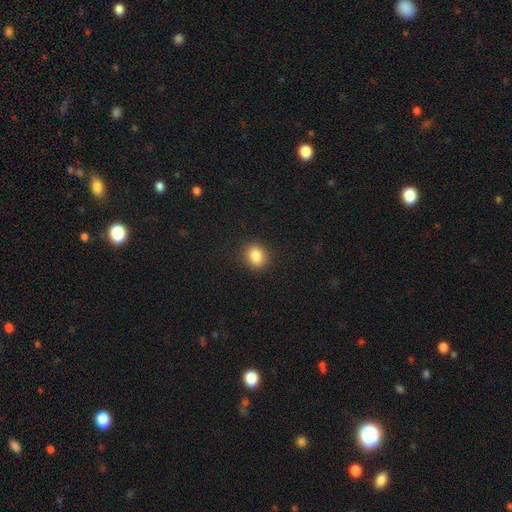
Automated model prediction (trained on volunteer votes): smooth_or_featured: smooth (p=0.86) [alt: star or artifact p=0.10]
how_rounded: round (p=0.53) [alt: in between p=0.46]
merging: none (p=0.88) [alt: minor disturbance p=0.08]